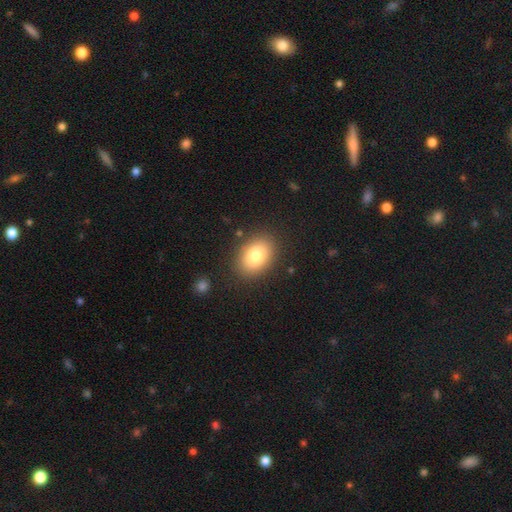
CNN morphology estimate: Smooth or featured? smooth (81%)
How rounded? in between (78%)
Merging? none (86%)